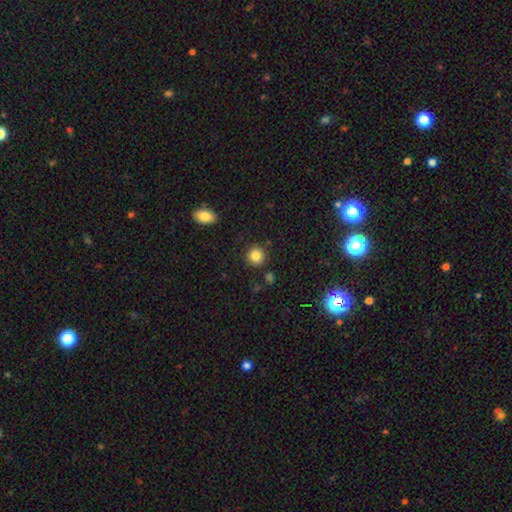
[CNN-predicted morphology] This appears to be a smooth galaxy with no disk features (84%) that is round (92%). Merging: none (89%).